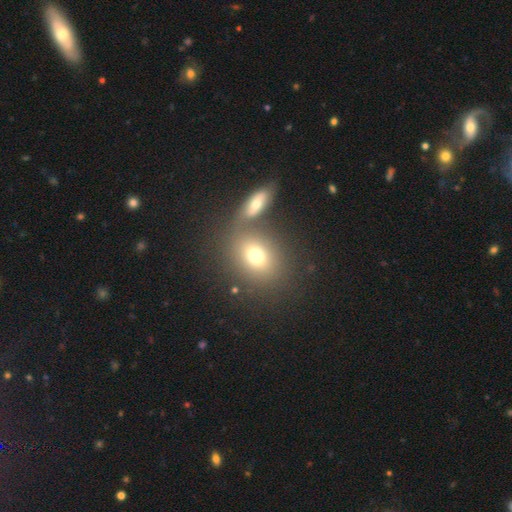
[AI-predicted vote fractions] Morphology: type=smooth (72%); roundness=in between (55%); merging=none (59%).